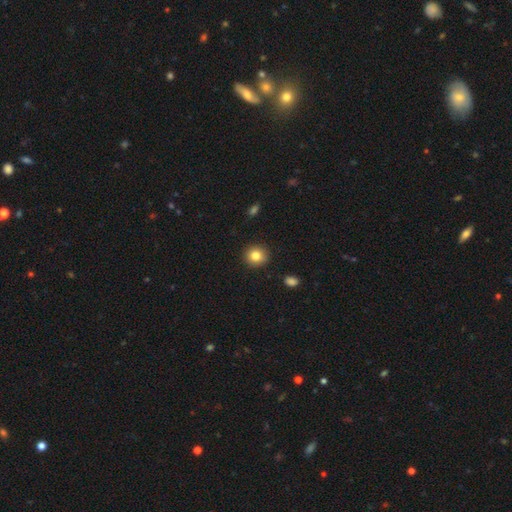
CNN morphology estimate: Smooth or featured?
  - smooth: 83% *
  - star or artifact: 10%
  - featured or disk: 7%
How rounded?
  - round: 88% *
  - in between: 11%
  - cigar-shaped: 1%
Merging?
  - none: 90% *
  - minor disturbance: 7%
  - major disturbance: 2%
  - merger: 1%